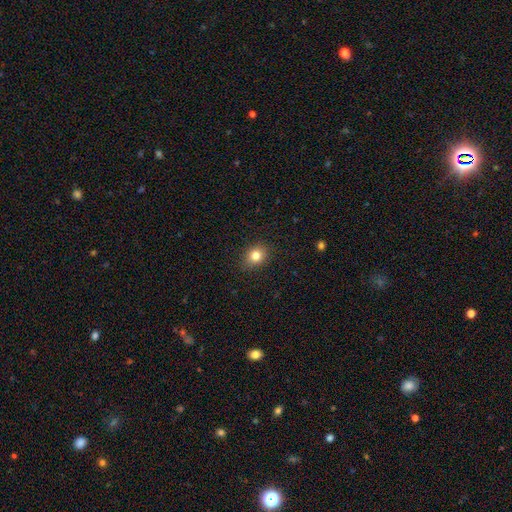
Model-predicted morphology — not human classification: A smooth galaxy with no disk features (82%) that is round (59%). Merging: none (87%).